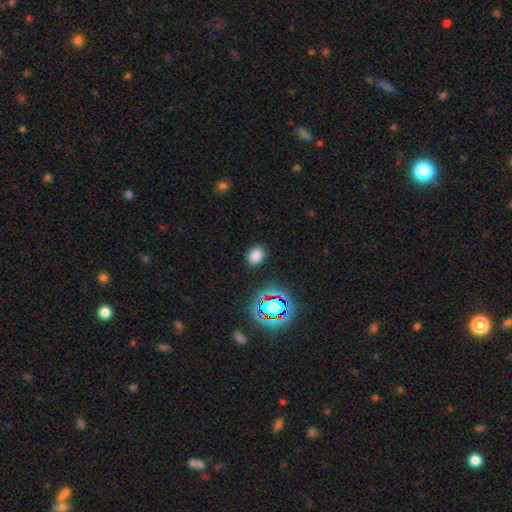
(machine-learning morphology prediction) Smooth or featured: smooth — 75% (star or artifact — 19%)
How rounded: in between — 67% (round — 32%)
Merging: none — 87% (minor disturbance — 9%)